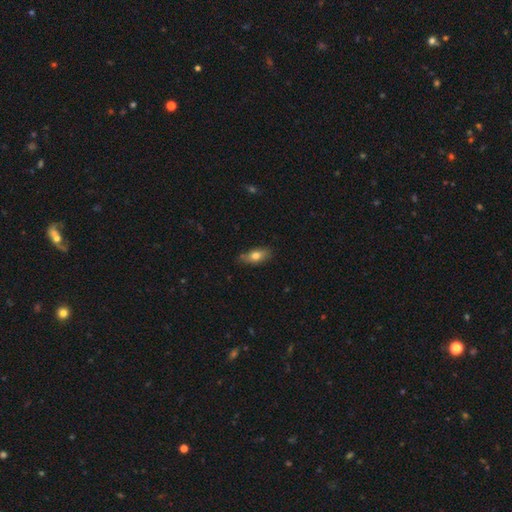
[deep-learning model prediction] The model was most divided on "smooth or featured": smooth: 73%, featured or disk: 20%, star or artifact: 8%. More confident: how rounded — in between (79%); merging — none (75%).